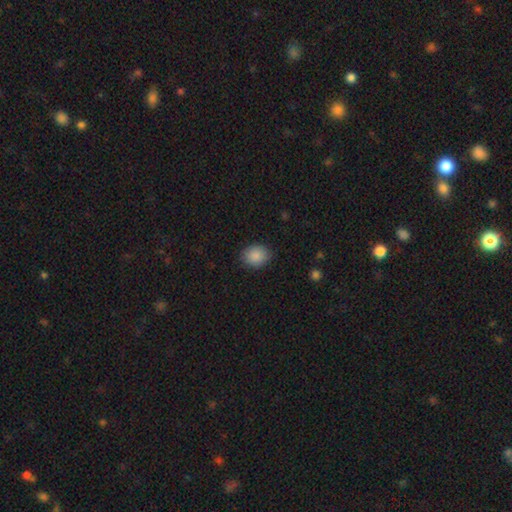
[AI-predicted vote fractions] smooth 88%, star or artifact 8%, featured or disk 4%. Down the decision tree: how rounded — round (57%); merging — none (86%).